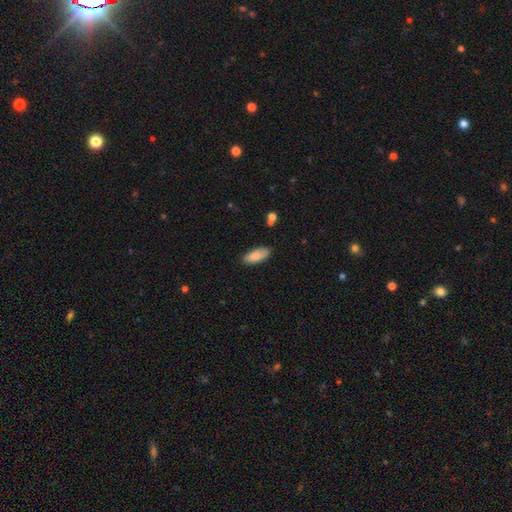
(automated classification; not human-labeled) This is clearly a smooth galaxy (87%). How rounded: clearly in between (84%). Merging: clearly none (83%).